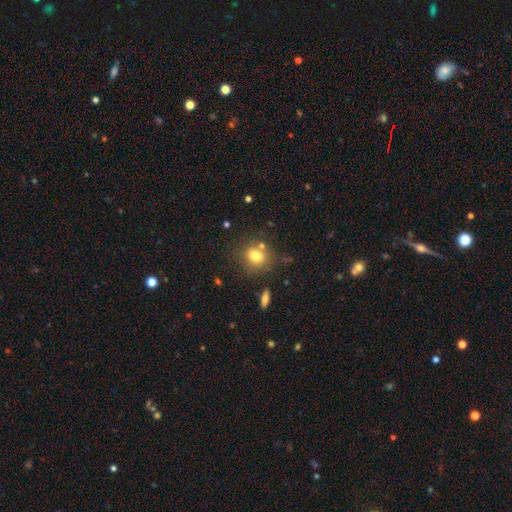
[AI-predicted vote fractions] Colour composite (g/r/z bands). It shows a smooth galaxy with no disk features (77%) that is round (74%). Merging: none (71%).